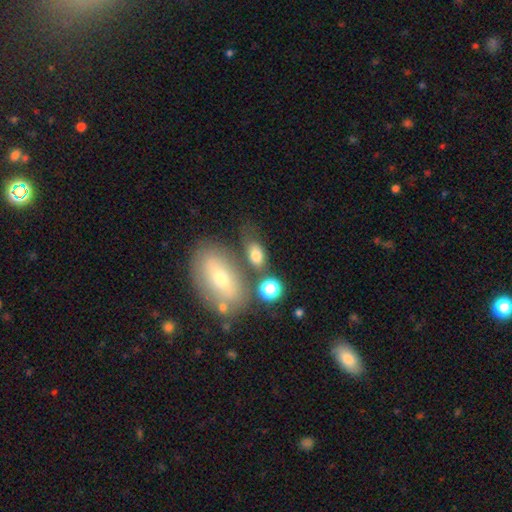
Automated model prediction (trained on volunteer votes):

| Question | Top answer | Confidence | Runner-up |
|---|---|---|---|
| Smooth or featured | smooth | 73% | featured or disk (15%) |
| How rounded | in between | 83% | round (14%) |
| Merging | none | 57% | minor disturbance (18%) |